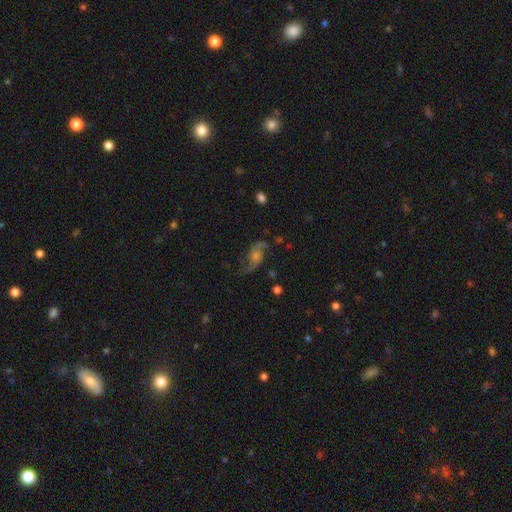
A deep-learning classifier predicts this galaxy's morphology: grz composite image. It shows a featured or disk galaxy (77%) with no bar (69%), 2 (90%) loose (69%) spiral arms (94%) and a small central bulge (44%). Merging: none (69%).